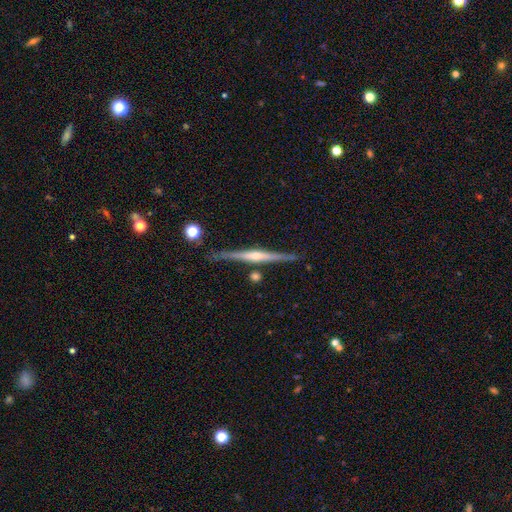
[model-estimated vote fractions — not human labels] Smooth or featured? Predicted: featured or disk (p=0.82). Edge-on disk? Predicted: yes (p=0.98). Edge-on bulge? Predicted: rounded (p=0.79). Merging? Predicted: none (p=0.86).